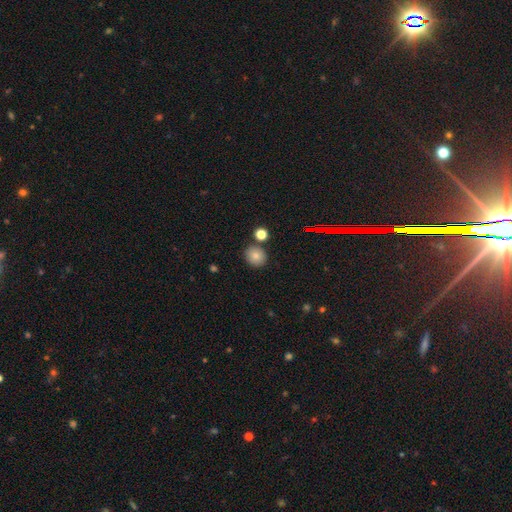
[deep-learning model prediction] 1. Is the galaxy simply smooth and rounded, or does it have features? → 79% smooth, 13% star or artifact, 8% featured or disk.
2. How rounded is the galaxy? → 84% round, 15% in between, 1% cigar-shaped.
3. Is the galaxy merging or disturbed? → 82% none, 8% minor disturbance, 7% merger, 2% major disturbance.